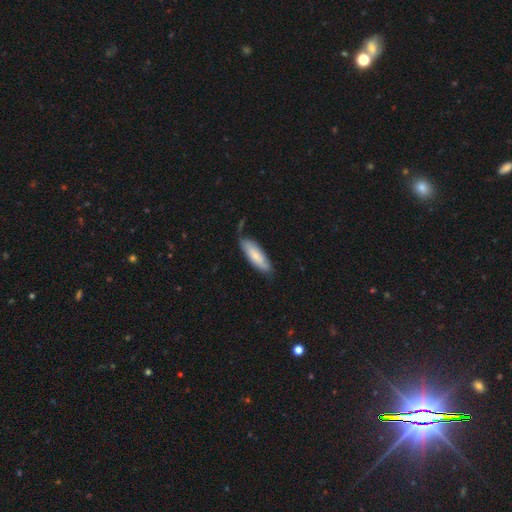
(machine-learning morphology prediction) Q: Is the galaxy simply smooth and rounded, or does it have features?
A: smooth — 70%.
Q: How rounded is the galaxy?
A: in between — 54%.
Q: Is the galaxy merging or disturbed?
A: none — 69%.